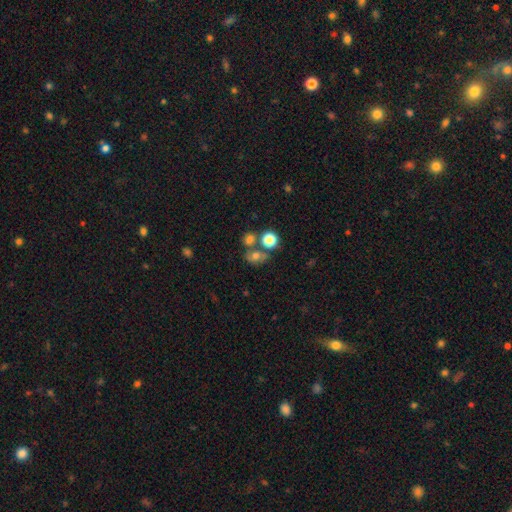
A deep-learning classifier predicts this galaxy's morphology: smooth-or-featured: smooth: 46% | star or artifact: 35% | featured or disk: 19%
  merging: none: 56% | merger: 28% | minor disturbance: 10% | major disturbance: 6%